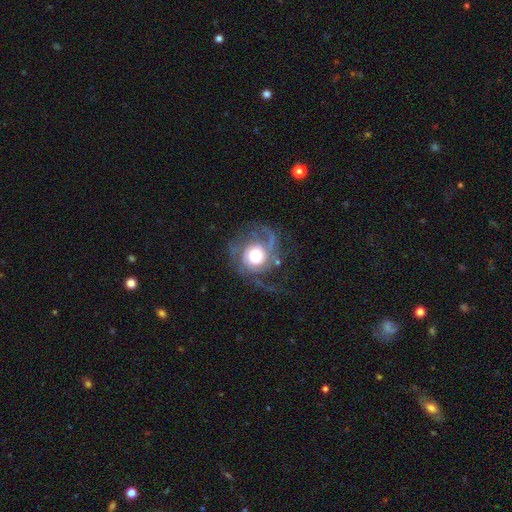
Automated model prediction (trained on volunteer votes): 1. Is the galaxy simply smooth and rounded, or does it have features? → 80% featured or disk, 13% smooth, 7% star or artifact.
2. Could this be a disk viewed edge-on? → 98% no, 2% yes.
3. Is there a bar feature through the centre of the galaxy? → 77% no, 19% weak, 4% strong.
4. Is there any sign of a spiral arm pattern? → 93% yes, 7% no.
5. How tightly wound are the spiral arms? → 42% medium, 35% tight, 23% loose.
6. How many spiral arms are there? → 46% 2, 20% 3, 15% can't tell, 9% 1, 5% 4, 5% more than 4.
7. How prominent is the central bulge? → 43% large (tied), 43% moderate (tied), 9% dominant, 3% small, 1% none.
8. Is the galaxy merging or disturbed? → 58% none, 23% major disturbance, 17% minor disturbance, 2% merger.